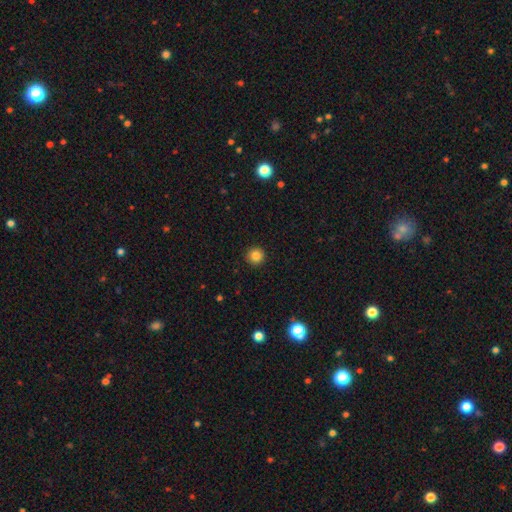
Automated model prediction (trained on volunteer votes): Q: Smooth or featured?
A: smooth (84%); runner-up: star or artifact (11%)
Q: How rounded?
A: round (96%); runner-up: in between (3%)
Q: Merging?
A: none (92%); runner-up: minor disturbance (5%)